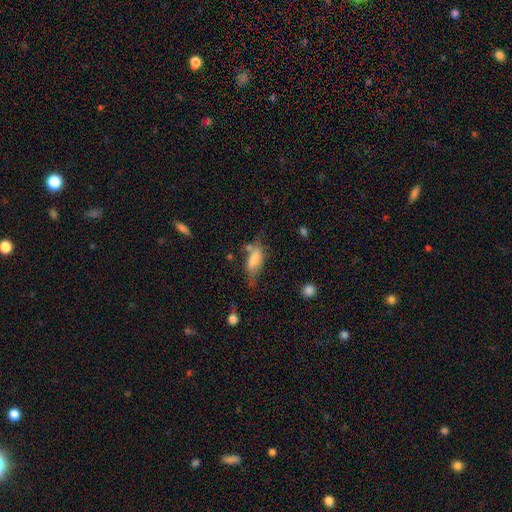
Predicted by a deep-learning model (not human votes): A smooth galaxy with no disk features (57%) that is in between round and cigar-shaped (59%). Merging: none (48%).